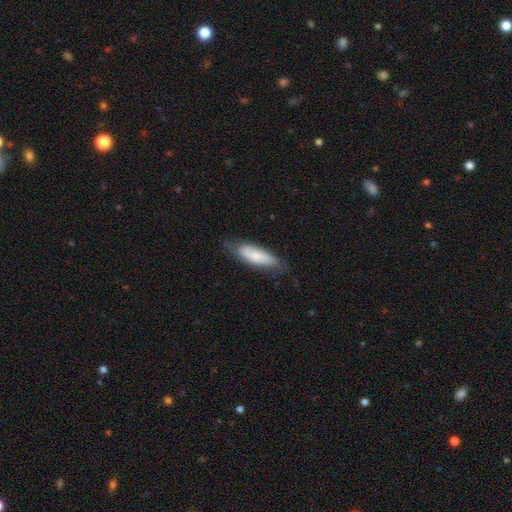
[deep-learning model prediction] Smooth or featured? Predicted: smooth (p=0.64). How rounded? Predicted: in between (p=0.59). Merging? Predicted: none (p=0.66).